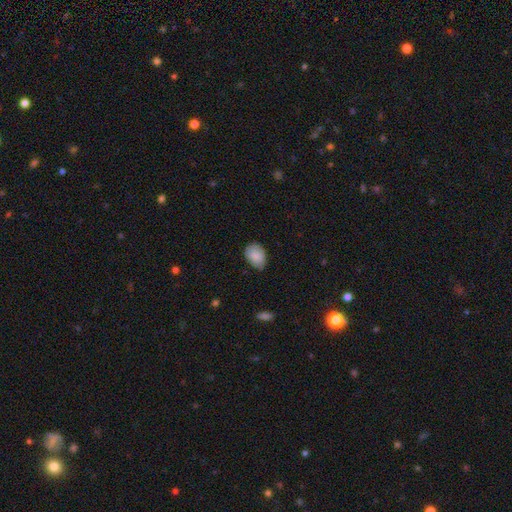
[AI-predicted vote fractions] A smooth galaxy with no disk features (86%) that is in between round and cigar-shaped (77%). Merging: none (63%).